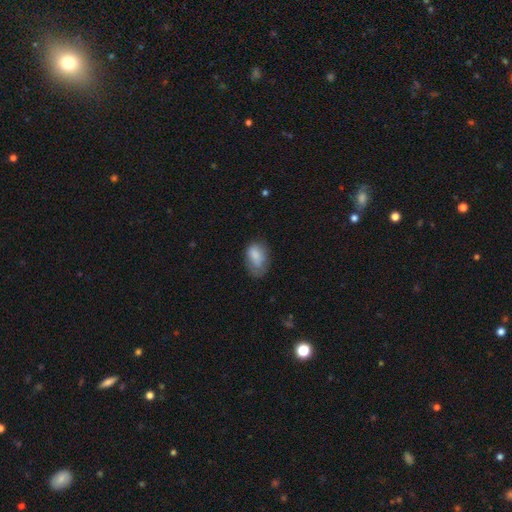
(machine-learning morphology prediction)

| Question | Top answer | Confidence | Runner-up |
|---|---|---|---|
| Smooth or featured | smooth | 79% | featured or disk (13%) |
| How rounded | in between | 88% | round (10%) |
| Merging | none | 49% | minor disturbance (33%) |